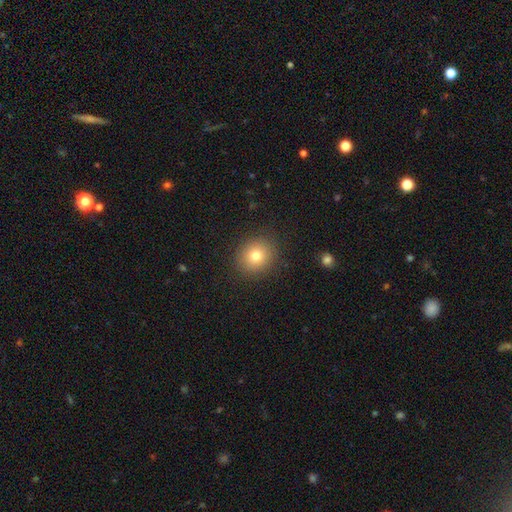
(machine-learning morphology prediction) Smooth or featured? smooth (78%)
How rounded? round (79%)
Merging? none (89%)